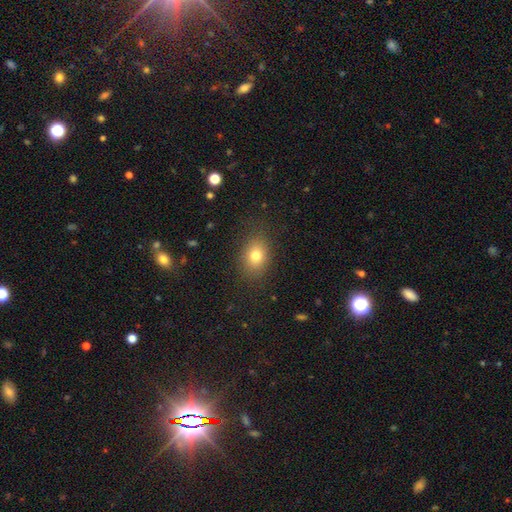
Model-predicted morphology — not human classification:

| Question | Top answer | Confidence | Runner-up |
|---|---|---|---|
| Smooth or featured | smooth | 78% | star or artifact (12%) |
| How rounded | in between | 62% | round (37%) |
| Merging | none | 83% | minor disturbance (11%) |